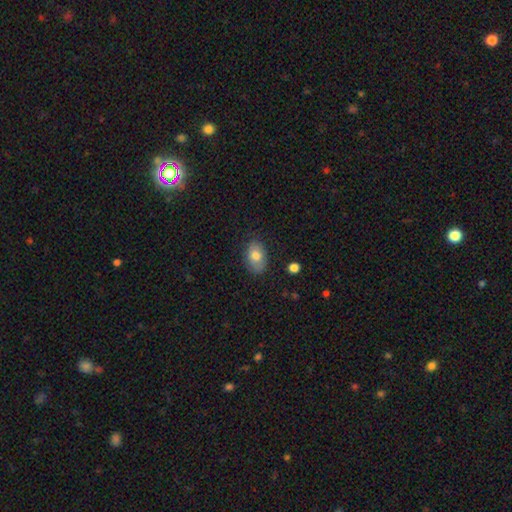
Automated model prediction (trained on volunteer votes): A smooth galaxy with no disk features (78%) that is in between round and cigar-shaped (86%).

Vote fractions:
- Smooth or featured? smooth: 78% / featured or disk: 15% / star or artifact: 8%
- How rounded? in between: 86% / round: 13% / cigar-shaped: 1%
- Merging? none: 81% / minor disturbance: 15% / major disturbance: 3% / merger: 1%